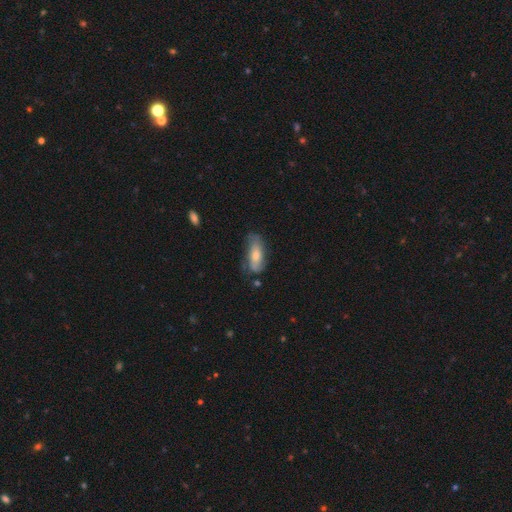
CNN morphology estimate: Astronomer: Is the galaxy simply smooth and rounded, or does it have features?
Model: smooth — 58% (runner-up: featured or disk, 35%).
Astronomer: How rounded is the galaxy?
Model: in between — 74%.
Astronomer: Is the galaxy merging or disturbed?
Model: none — 54% (runner-up: minor disturbance, 30%).